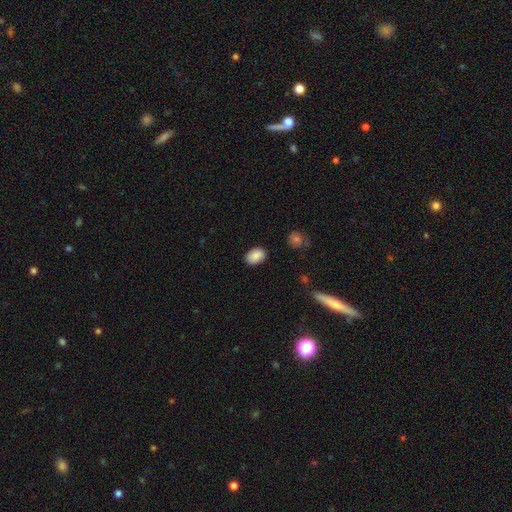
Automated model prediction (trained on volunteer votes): Q: Smooth or featured?
A: smooth (89%); runner-up: star or artifact (7%)
Q: How rounded?
A: in between (85%); runner-up: round (14%)
Q: Merging?
A: none (87%); runner-up: minor disturbance (10%)